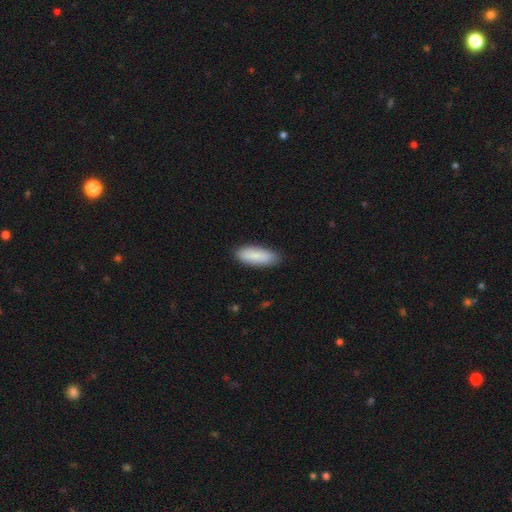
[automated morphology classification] This is clearly a smooth galaxy (87%). How rounded: likely in between (66%). Merging: clearly none (85%).